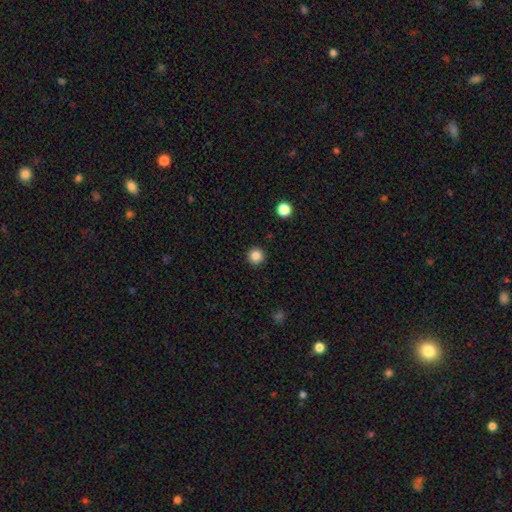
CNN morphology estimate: type=smooth (85%); roundness=round (96%); merging=none (93%).